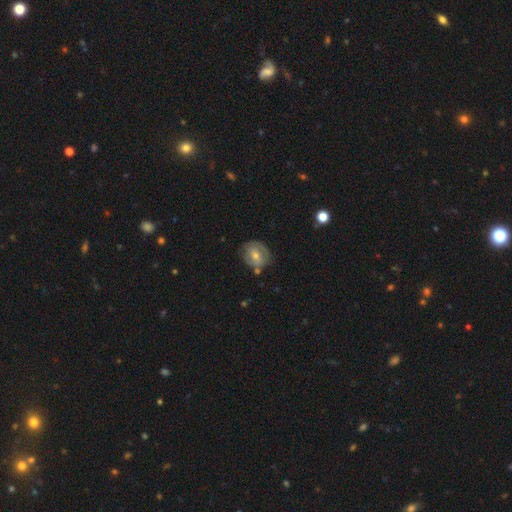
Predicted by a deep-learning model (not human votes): Smooth or featured?
  - smooth: 49% *
  - featured or disk: 44%
  - star or artifact: 7%
Merging?
  - none: 63% *
  - minor disturbance: 24%
  - major disturbance: 7%
  - merger: 6%